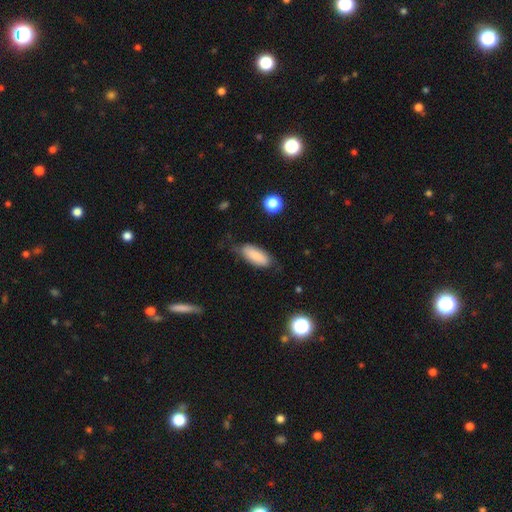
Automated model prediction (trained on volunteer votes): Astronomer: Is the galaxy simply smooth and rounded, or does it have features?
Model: smooth — 82%.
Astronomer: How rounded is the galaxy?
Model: in between — 81%.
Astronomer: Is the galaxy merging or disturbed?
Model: none — 63%.